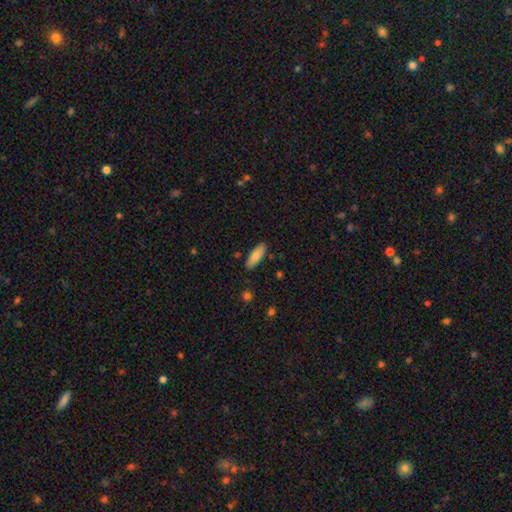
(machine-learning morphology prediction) Smooth or featured? smooth (83%)
How rounded? in between (63%)
Merging? none (87%)